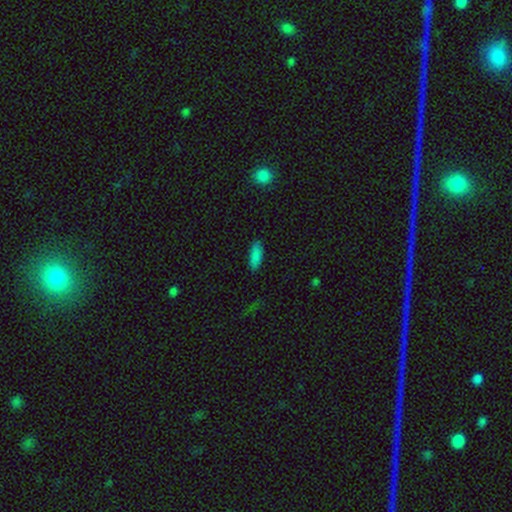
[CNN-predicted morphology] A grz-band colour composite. It shows a smooth galaxy with no disk features (85%) that is in between round and cigar-shaped (72%). Merging: none (86%).